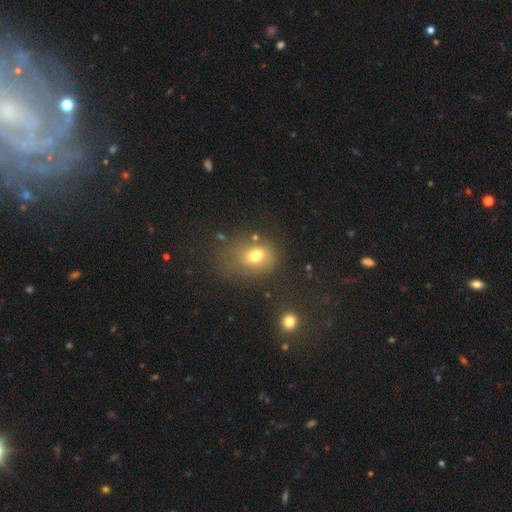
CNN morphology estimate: type=smooth (69%); roundness=in between (59%); merging=none (47%).